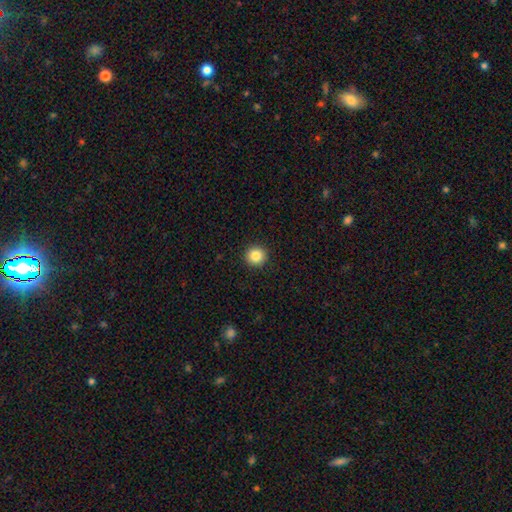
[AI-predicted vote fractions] Smooth or featured? smooth (85%)
How rounded? round (94%)
Merging? none (93%)